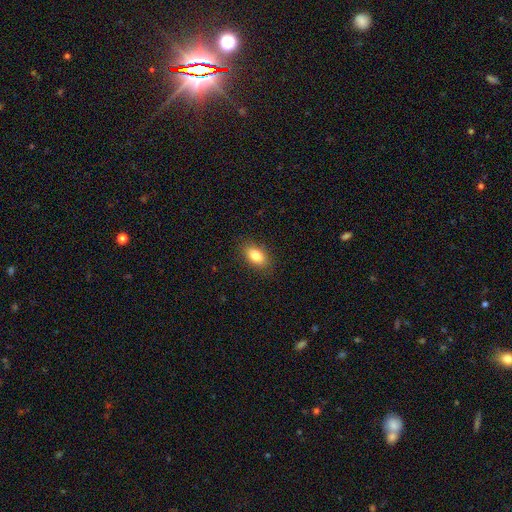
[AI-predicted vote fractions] The model was most divided on "smooth or featured": smooth: 84%, featured or disk: 8%, star or artifact: 8%. More confident: how rounded — in between (90%); merging — none (86%).